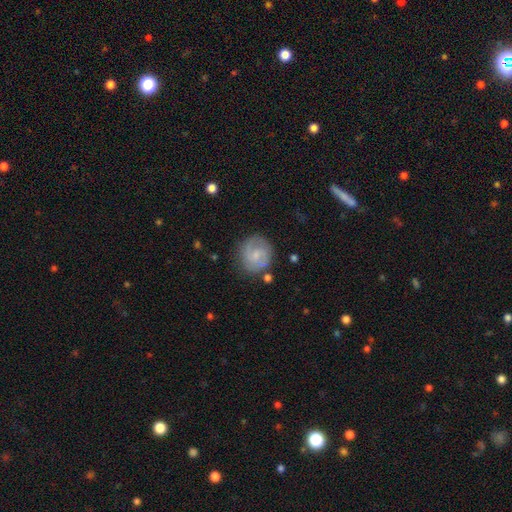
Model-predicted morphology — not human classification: A featured or disk galaxy (58%) with no bar (53%), spiral arms (86%) and a small central bulge (55%). Merging: none (73%).